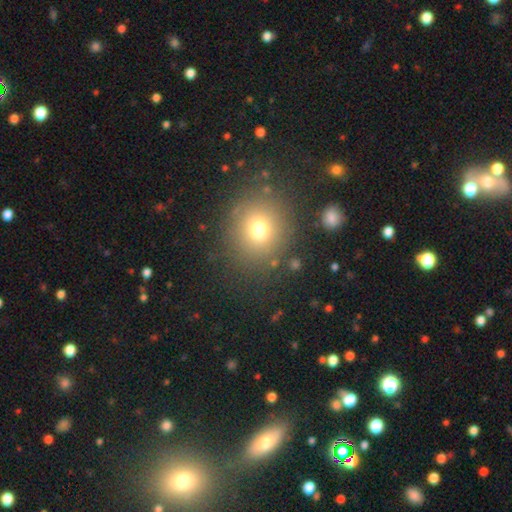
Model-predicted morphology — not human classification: Smooth or featured? smooth (59%)
How rounded? round (81%)
Merging? none (88%)